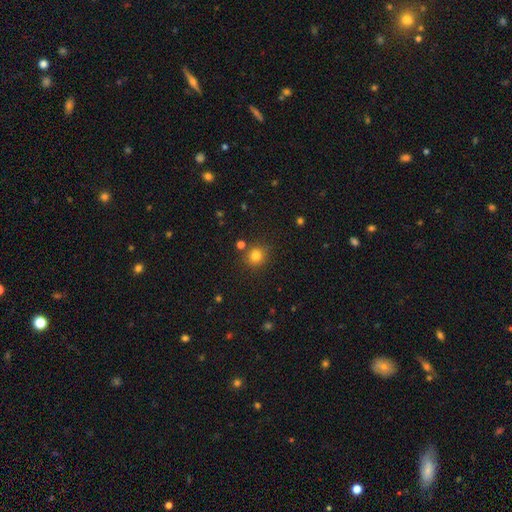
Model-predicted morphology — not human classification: Q: Smooth or featured?
A: smooth (80%); runner-up: star or artifact (14%)
Q: How rounded?
A: round (90%); runner-up: in between (9%)
Q: Merging?
A: none (82%); runner-up: minor disturbance (8%)